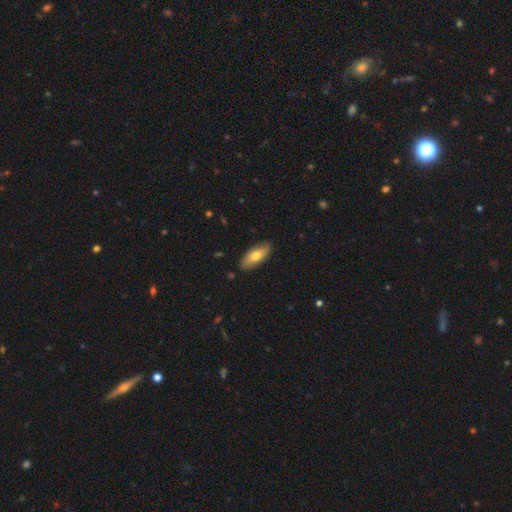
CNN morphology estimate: smooth-or-featured: smooth: 71% | featured or disk: 23% | star or artifact: 6%
  how-rounded: in between: 82% | cigar-shaped: 15% | round: 2%
  merging: none: 87% | minor disturbance: 10% | major disturbance: 2% | merger: 1%